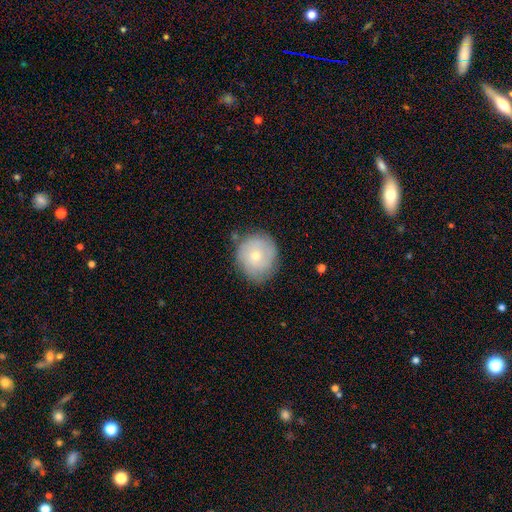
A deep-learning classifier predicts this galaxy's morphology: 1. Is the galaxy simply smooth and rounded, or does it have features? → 55% smooth, 38% featured or disk, 7% star or artifact.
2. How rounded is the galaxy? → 84% round, 15% in between, 1% cigar-shaped.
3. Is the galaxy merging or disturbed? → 75% none, 18% minor disturbance, 5% major disturbance, 2% merger.